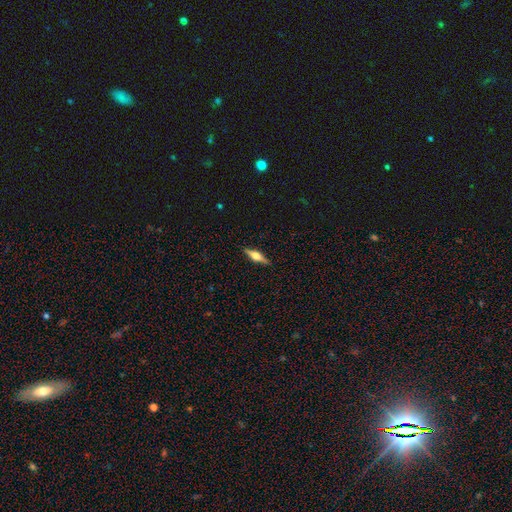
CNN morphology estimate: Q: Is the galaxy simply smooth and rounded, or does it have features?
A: featured or disk — 69%.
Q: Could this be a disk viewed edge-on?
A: yes — 97%.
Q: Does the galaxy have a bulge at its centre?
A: rounded — 92%.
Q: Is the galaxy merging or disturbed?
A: none — 89%.